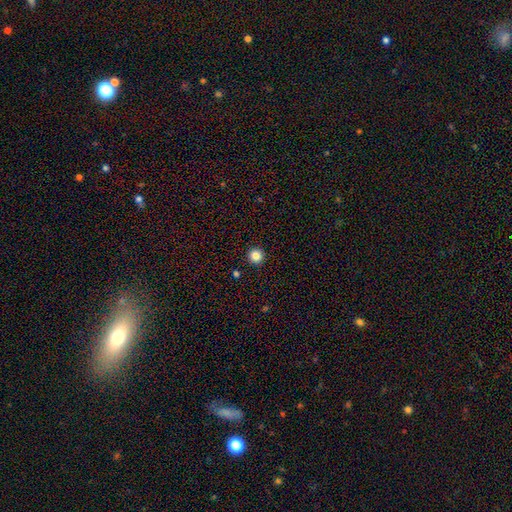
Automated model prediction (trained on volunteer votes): Q: Smooth or featured?
A: smooth (85%); runner-up: star or artifact (11%)
Q: How rounded?
A: round (96%); runner-up: in between (3%)
Q: Merging?
A: none (94%); runner-up: minor disturbance (4%)